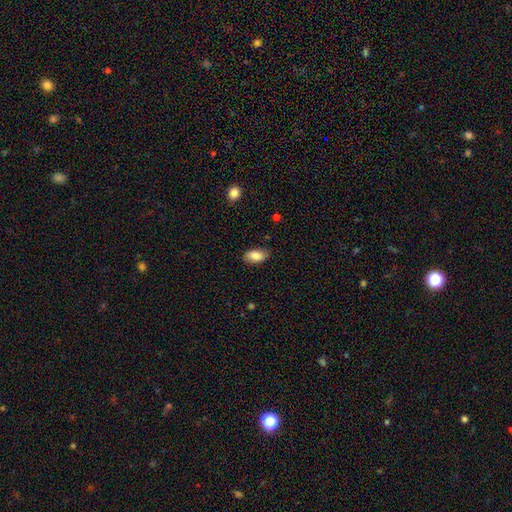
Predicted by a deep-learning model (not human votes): A smooth galaxy with no disk features (84%) that is in between round and cigar-shaped (92%). Merging: none (80%).